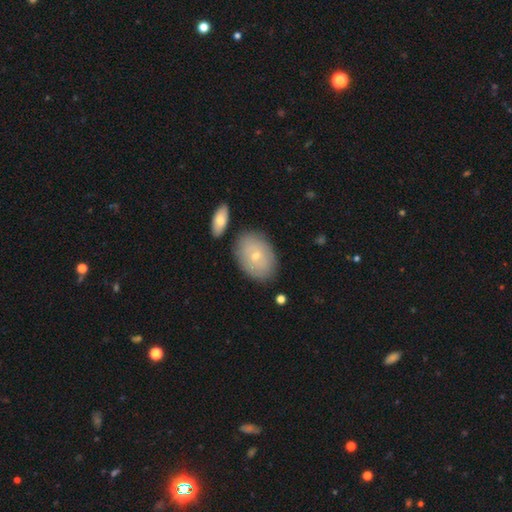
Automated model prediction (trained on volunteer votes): Overall: smooth (62%; featured or disk 31%). How rounded: in between (81%). Merging: none (79%).